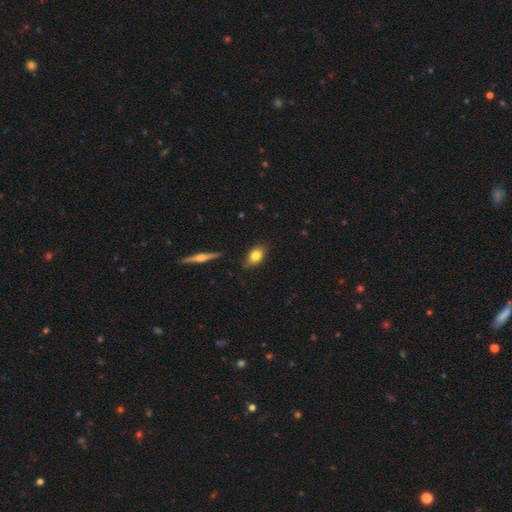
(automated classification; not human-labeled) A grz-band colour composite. It shows a smooth galaxy with no disk features (77%) that is in between round and cigar-shaped (78%). Merging: none (83%).